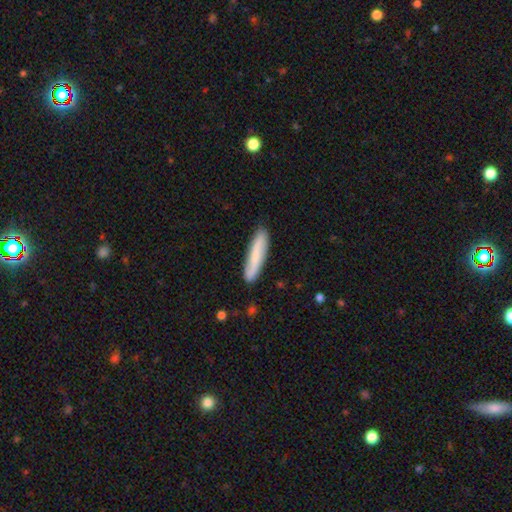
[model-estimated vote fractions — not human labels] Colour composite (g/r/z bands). It shows a smooth galaxy with no disk features (69%) that is cigar-shaped (88%). Merging: none (86%).